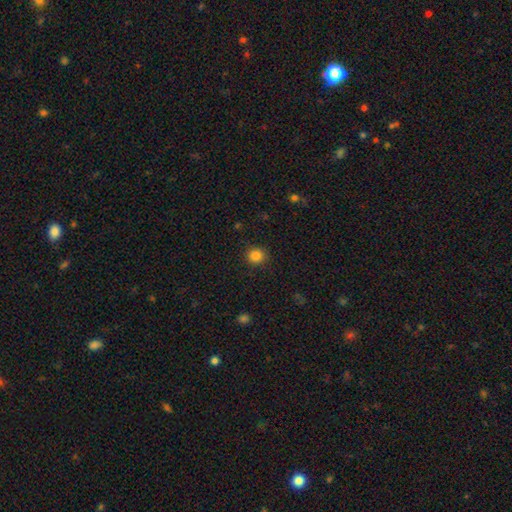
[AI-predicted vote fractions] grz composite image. It shows a smooth galaxy with no disk features (85%) that is round (87%). Merging: none (89%).